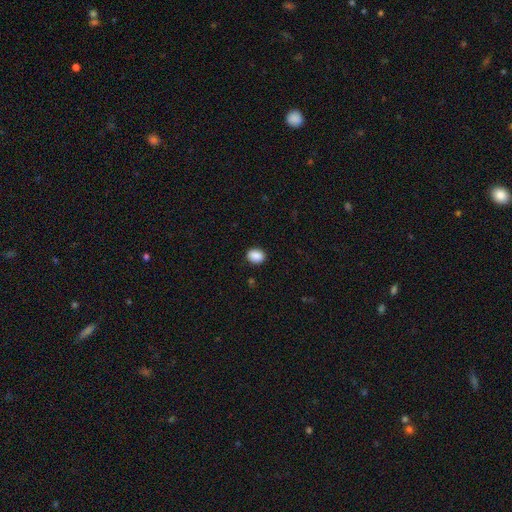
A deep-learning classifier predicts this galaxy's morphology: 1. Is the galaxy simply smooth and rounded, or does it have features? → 89% smooth, 8% star or artifact, 3% featured or disk.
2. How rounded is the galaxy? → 58% in between, 41% round, 1% cigar-shaped.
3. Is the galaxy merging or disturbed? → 88% none, 8% minor disturbance, 2% major disturbance, 1% merger.